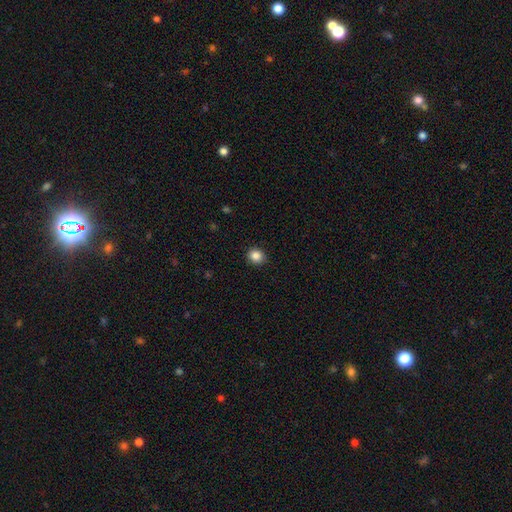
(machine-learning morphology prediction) This appears to be a smooth galaxy with no disk features (86%) that is round (83%). Merging: none (91%).